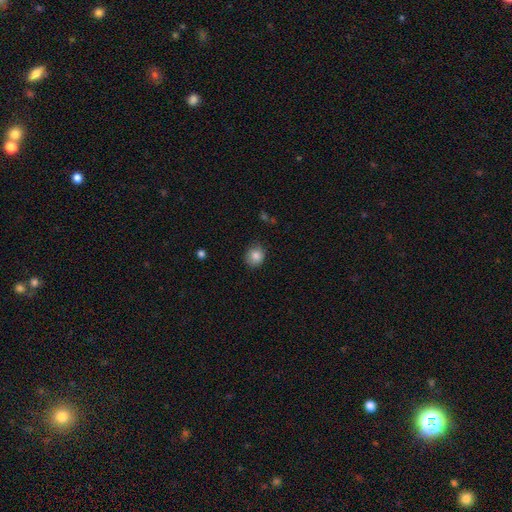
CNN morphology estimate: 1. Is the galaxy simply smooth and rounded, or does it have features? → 84% smooth, 10% star or artifact, 7% featured or disk.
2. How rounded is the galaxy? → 80% round, 19% in between, 1% cigar-shaped.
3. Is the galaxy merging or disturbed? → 81% none, 15% minor disturbance, 3% major disturbance, 1% merger.